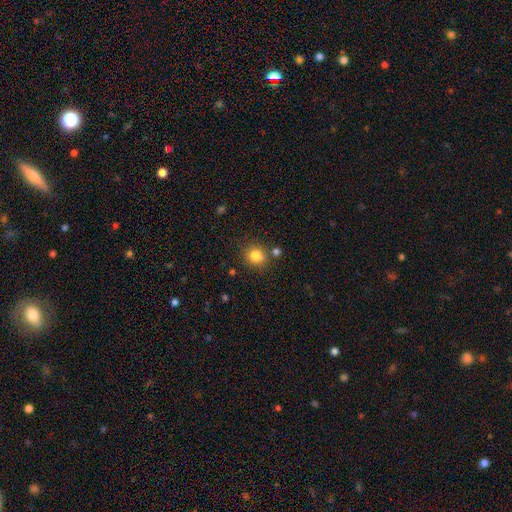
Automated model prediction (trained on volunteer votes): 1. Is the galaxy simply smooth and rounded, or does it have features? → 82% smooth, 12% star or artifact, 7% featured or disk.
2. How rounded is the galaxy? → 80% round, 19% in between, 1% cigar-shaped.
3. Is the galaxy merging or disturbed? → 78% none, 11% minor disturbance, 8% merger, 3% major disturbance.